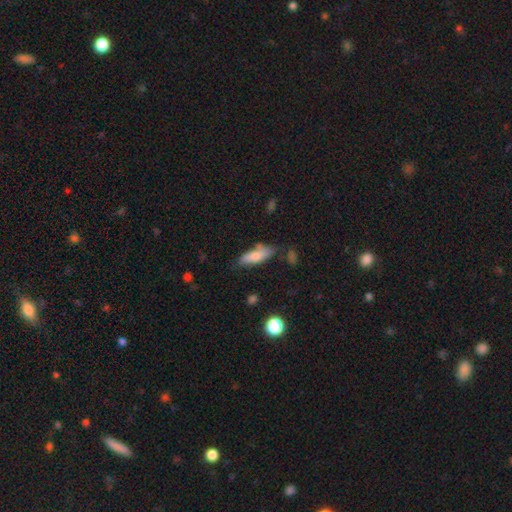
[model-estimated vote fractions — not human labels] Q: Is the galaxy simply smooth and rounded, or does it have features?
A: smooth — 78%.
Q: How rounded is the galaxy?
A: in between — 56%.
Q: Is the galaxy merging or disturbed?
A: none — 64%.